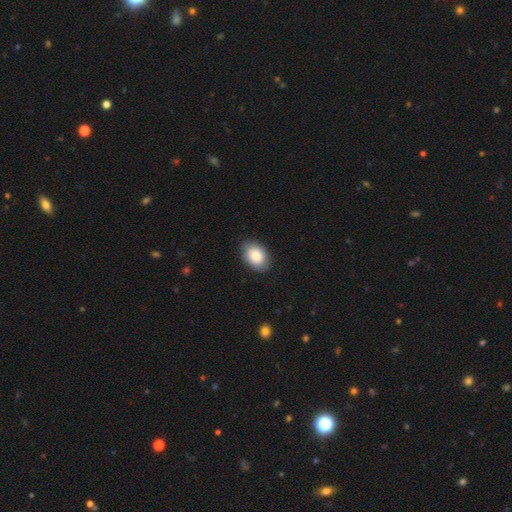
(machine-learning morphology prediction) A smooth galaxy with no disk features (87%) that is in between round and cigar-shaped (82%).

Vote fractions:
- Smooth or featured? smooth: 87% / featured or disk: 7% / star or artifact: 6%
- How rounded? in between: 82% / round: 17% / cigar-shaped: 1%
- Merging? none: 85% / minor disturbance: 12% / major disturbance: 2% / merger: 1%